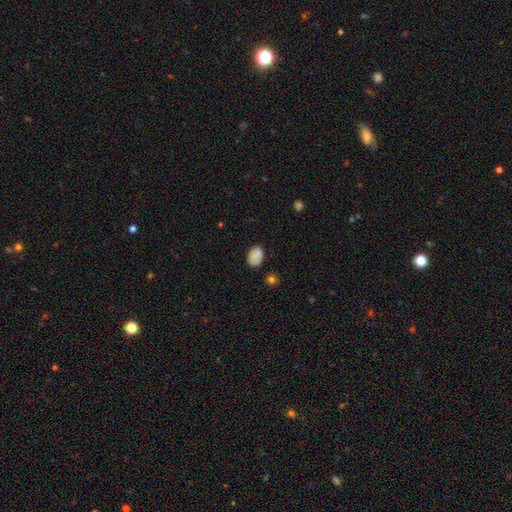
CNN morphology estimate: A smooth galaxy with no disk features (82%) that is in between round and cigar-shaped (79%). Merging: none (73%).